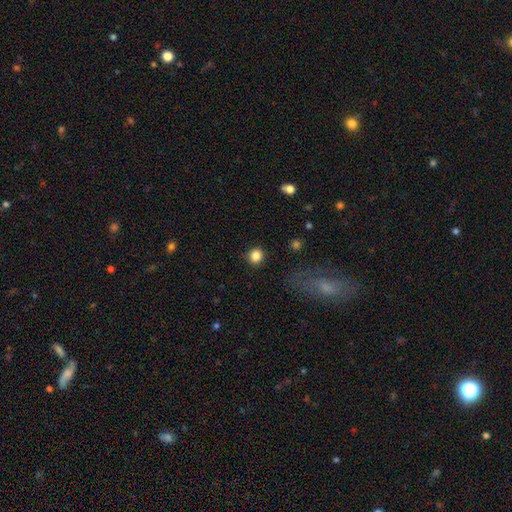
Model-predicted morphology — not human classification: smooth_or_featured: smooth (p=0.85) [alt: star or artifact p=0.10]
how_rounded: round (p=0.86) [alt: in between p=0.13]
merging: none (p=0.87) [alt: minor disturbance p=0.09]